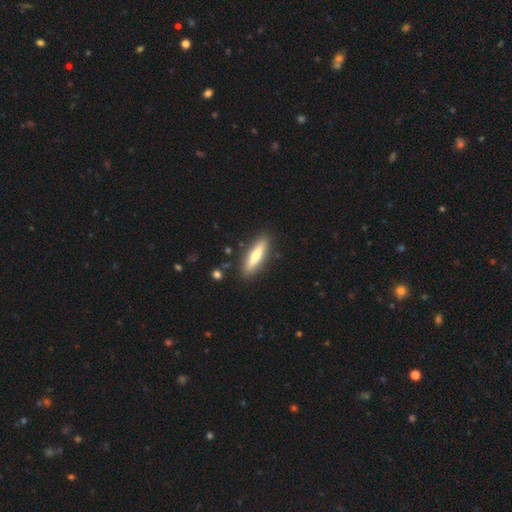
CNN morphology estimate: A smooth galaxy with no disk features (59%) that is cigar-shaped (70%). Merging: none (88%).